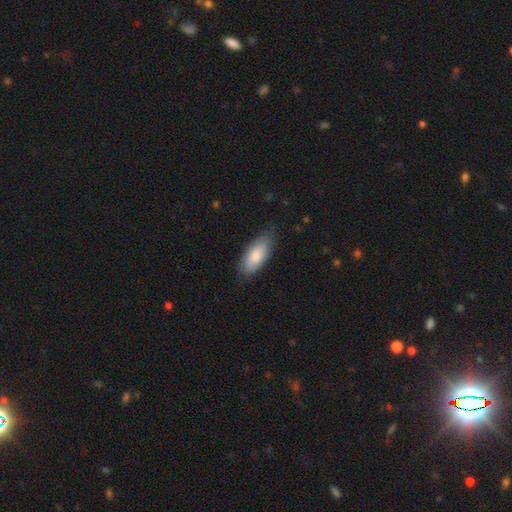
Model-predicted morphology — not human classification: smooth-or-featured: smooth: 85% | featured or disk: 10% | star or artifact: 5%
  how-rounded: in between: 82% | cigar-shaped: 16% | round: 2%
  merging: none: 76% | minor disturbance: 19% | major disturbance: 4% | merger: 1%